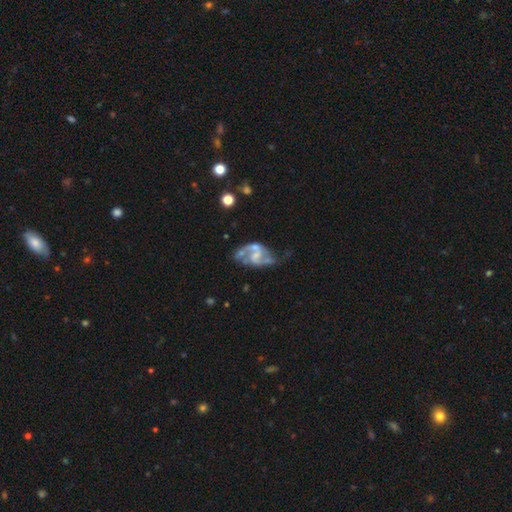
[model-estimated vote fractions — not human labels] Smooth or featured? Predicted: featured or disk (p=0.84). Edge-on disk? Predicted: no (p=0.98). Bar? Predicted: weak (p=0.46). Spiral arms? Predicted: yes (p=0.90). Spiral winding? Predicted: loose (p=0.46). Spiral arm count? Predicted: 2 (p=0.86). Bulge size? Predicted: none (p=0.38). Merging? Predicted: none (p=0.42).